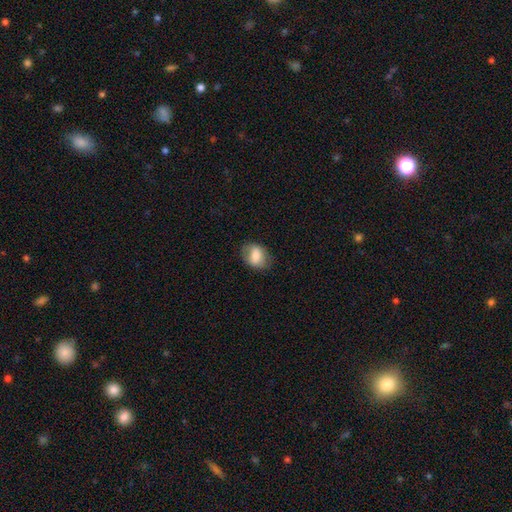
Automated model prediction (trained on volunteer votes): Smooth or featured: smooth — 73% (featured or disk — 20%)
How rounded: in between — 75% (round — 24%)
Merging: none — 76% (minor disturbance — 17%)